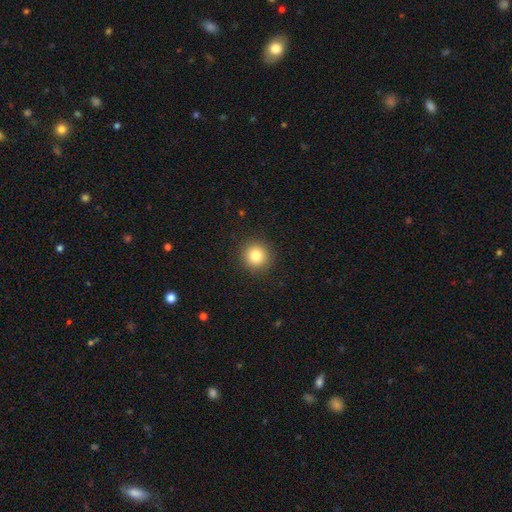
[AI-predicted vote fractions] Overall: smooth (82%). How rounded: round (94%). Merging: none (91%).